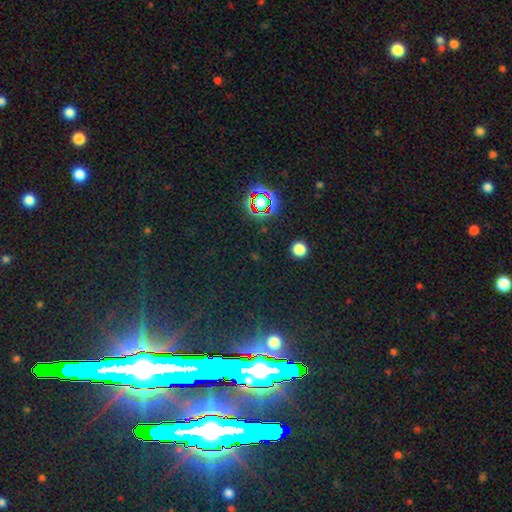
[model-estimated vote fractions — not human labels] A star or artifact, not a galaxy (72%).